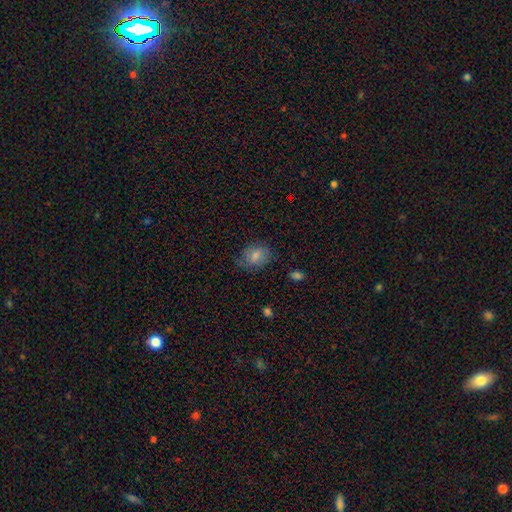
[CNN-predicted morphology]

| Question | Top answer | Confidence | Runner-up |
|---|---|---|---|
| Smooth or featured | smooth | 80% | featured or disk (11%) |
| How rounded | in between | 65% | round (34%) |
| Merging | none | 73% | minor disturbance (20%) |